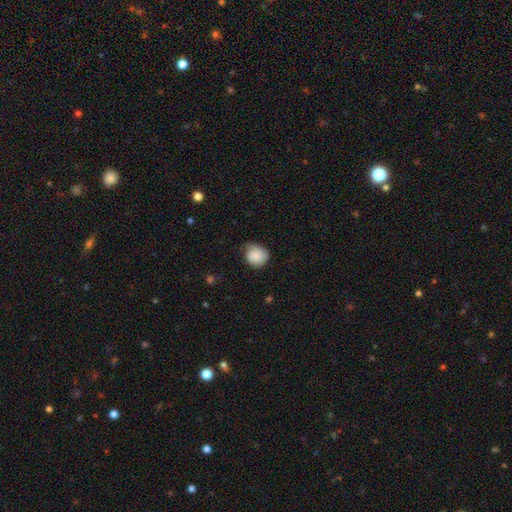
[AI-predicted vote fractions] Smooth or featured: smooth — 81% (featured or disk — 12%)
How rounded: round — 75% (in between — 24%)
Merging: none — 52% (minor disturbance — 38%)